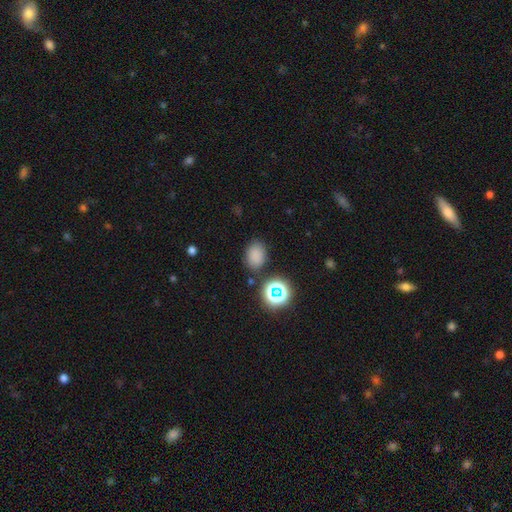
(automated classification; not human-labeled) Overall: smooth (78%). How rounded: in between (67%; round 32%). Merging: none (79%).